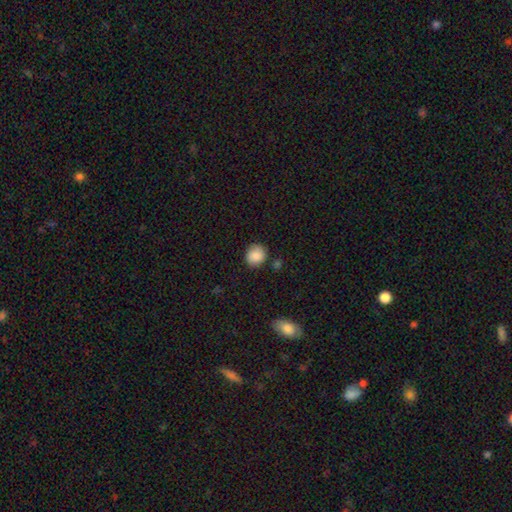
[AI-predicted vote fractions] This appears to be a smooth galaxy with no disk features (87%) that is round (86%). Merging: none (80%).